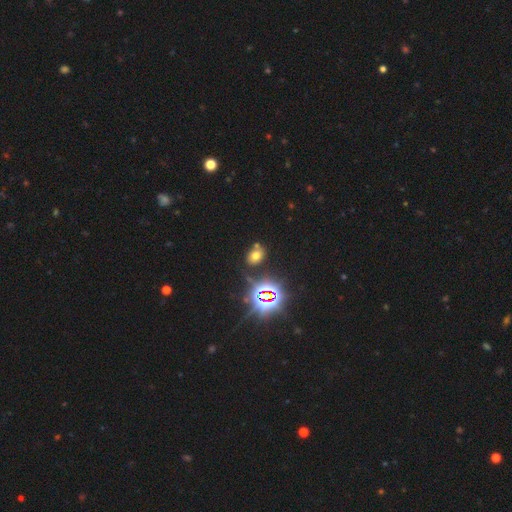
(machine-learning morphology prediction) Smooth or featured?
  - smooth: 52% *
  - star or artifact: 35%
  - featured or disk: 12%
How rounded?
  - in between: 69% *
  - round: 30%
  - cigar-shaped: 1%
Merging?
  - none: 73% *
  - minor disturbance: 11%
  - merger: 11%
  - major disturbance: 4%